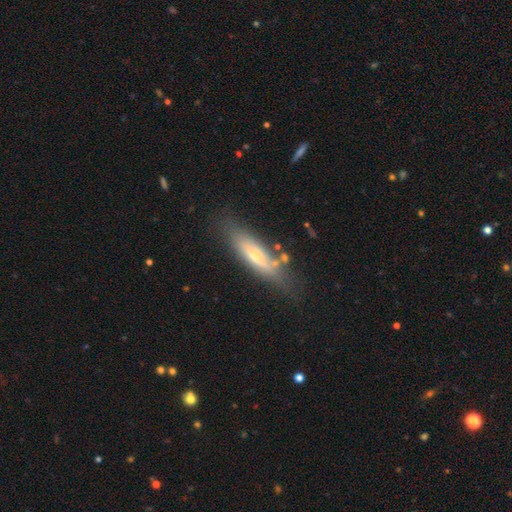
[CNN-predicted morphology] A smooth galaxy with no disk features (48%).

Vote fractions:
- Smooth or featured? smooth: 48% / featured or disk: 44% / star or artifact: 8%
- Merging? none: 70% / minor disturbance: 18% / merger: 6% / major disturbance: 6%